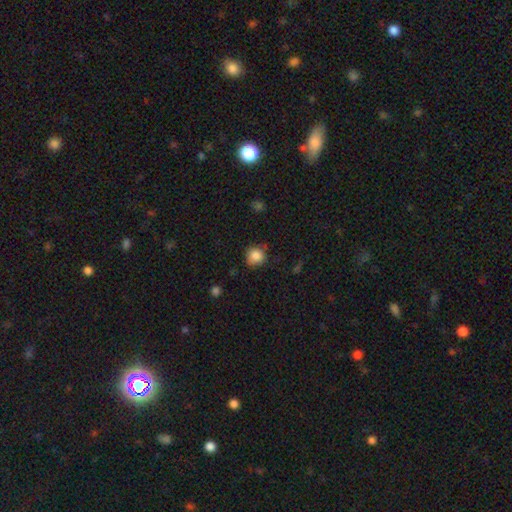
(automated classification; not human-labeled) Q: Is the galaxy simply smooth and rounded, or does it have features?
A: smooth — 85%.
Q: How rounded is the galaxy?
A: round — 89%.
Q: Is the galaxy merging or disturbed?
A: none — 73%.